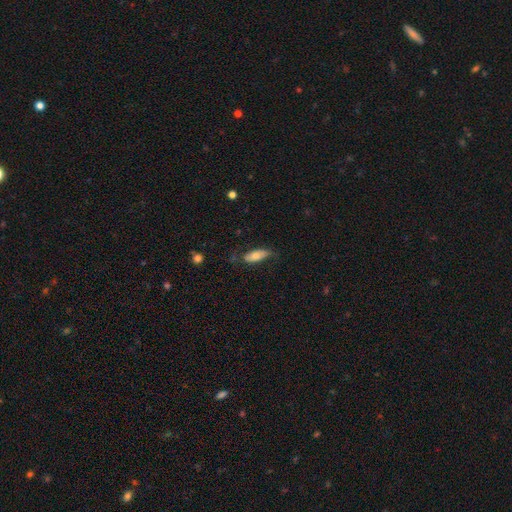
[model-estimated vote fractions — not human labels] A smooth galaxy with no disk features (61%) that is in between round and cigar-shaped (76%). Merging: none (59%).